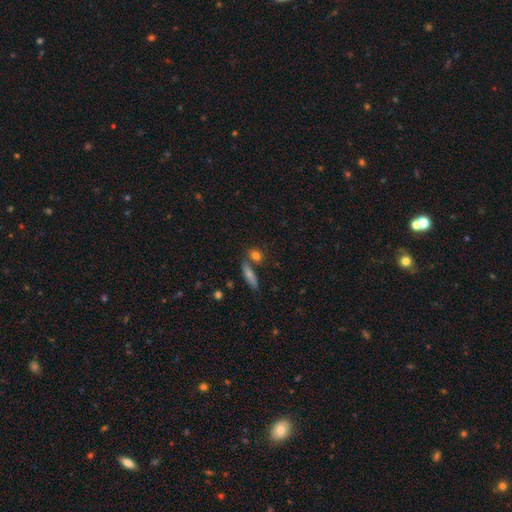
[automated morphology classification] Q: Smooth or featured?
A: smooth (76%); runner-up: featured or disk (14%)
Q: How rounded?
A: in between (45%); runner-up: round (34%)
Q: Merging?
A: none (61%); runner-up: merger (24%)